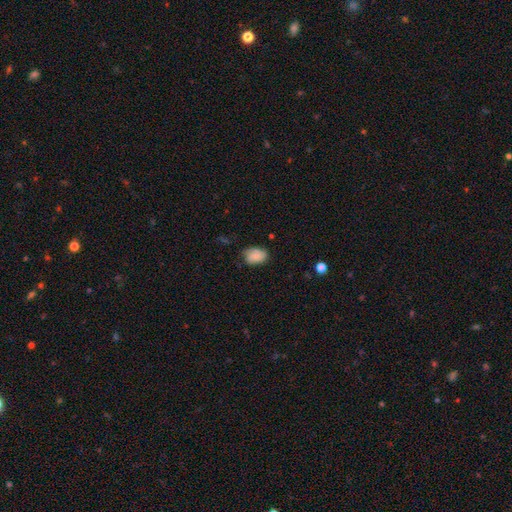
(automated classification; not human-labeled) Smooth or featured? smooth (80%)
How rounded? in between (80%)
Merging? none (61%)